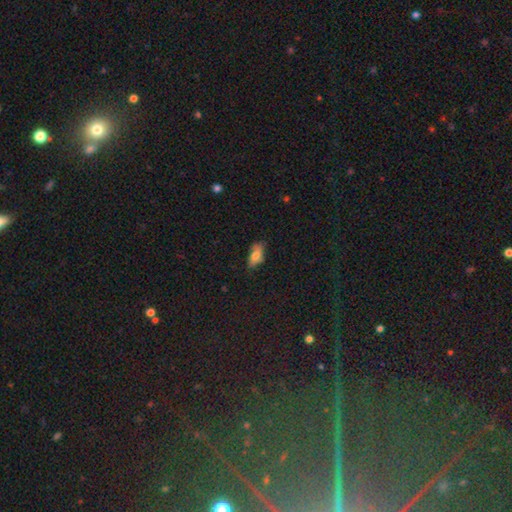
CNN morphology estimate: smooth 71%, featured or disk 19%, star or artifact 10%. Down the decision tree: how rounded — in between (85%); merging — none (61%).